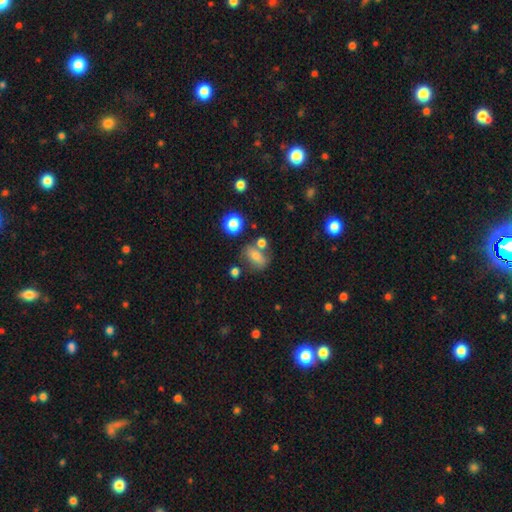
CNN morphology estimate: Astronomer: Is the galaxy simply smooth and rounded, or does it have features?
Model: smooth — 68%.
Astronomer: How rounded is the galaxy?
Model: in between — 67%.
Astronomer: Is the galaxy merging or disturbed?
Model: none — 59%.